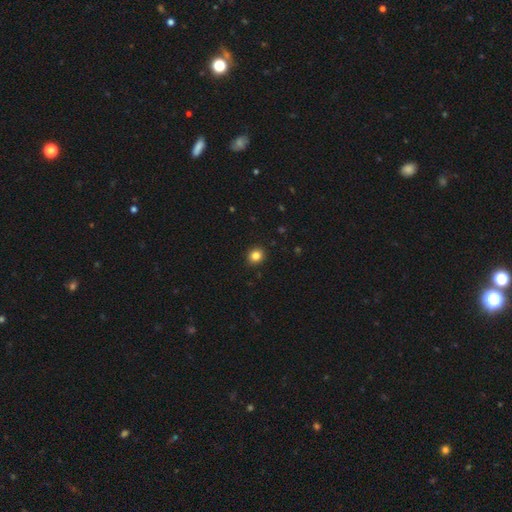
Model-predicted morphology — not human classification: This appears to be a smooth galaxy with no disk features (84%) that is round (78%). Merging: none (91%).